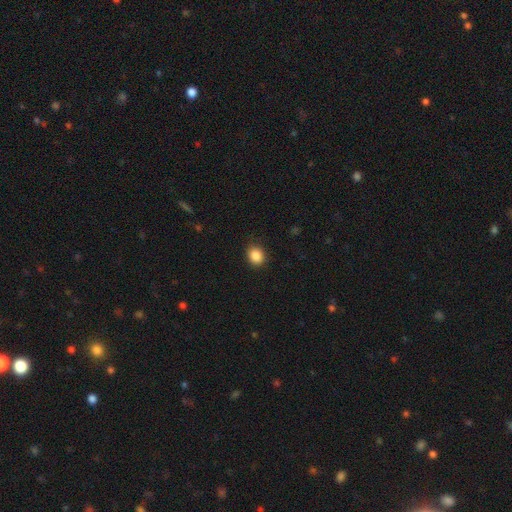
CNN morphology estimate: Smooth or featured: smooth — 88% (star or artifact — 9%)
How rounded: round — 56% (in between — 43%)
Merging: none — 87% (minor disturbance — 10%)